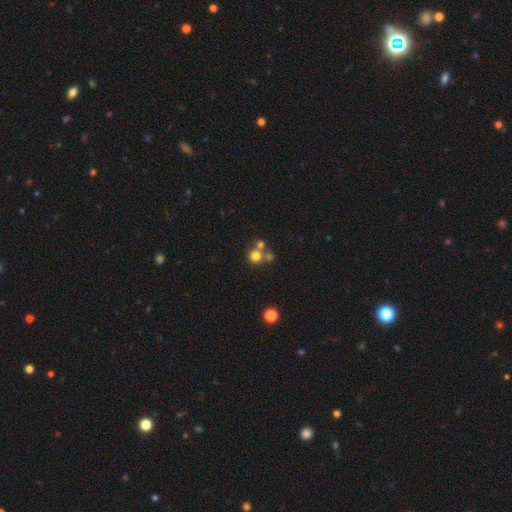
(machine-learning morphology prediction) Smooth or featured?
  - smooth: 73% *
  - star or artifact: 16%
  - featured or disk: 11%
How rounded?
  - round: 91% *
  - in between: 8%
  - cigar-shaped: 1%
Merging?
  - none: 55% *
  - merger: 35%
  - minor disturbance: 7%
  - major disturbance: 3%